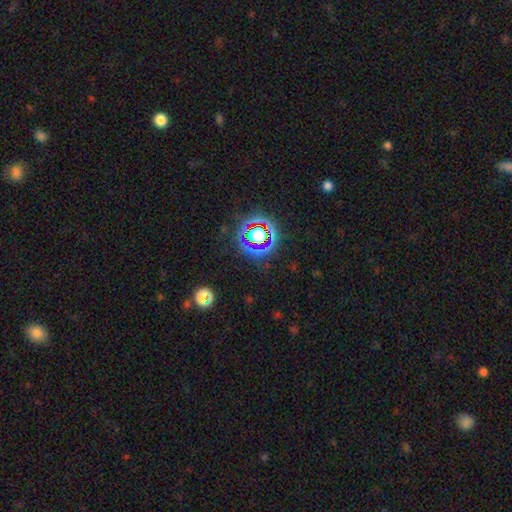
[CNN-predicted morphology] smooth_or_featured: star or artifact (p=0.75) [alt: smooth p=0.14]